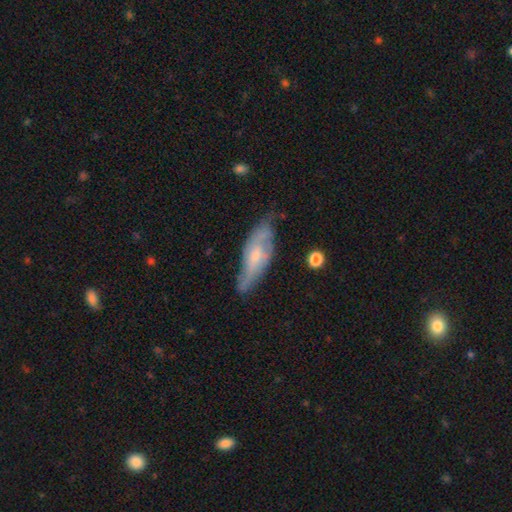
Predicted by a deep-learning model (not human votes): The model was most divided on "smooth or featured": featured or disk: 60%, smooth: 34%, star or artifact: 6%. More confident: edge-on disk — no (73%); merging — none (58%).